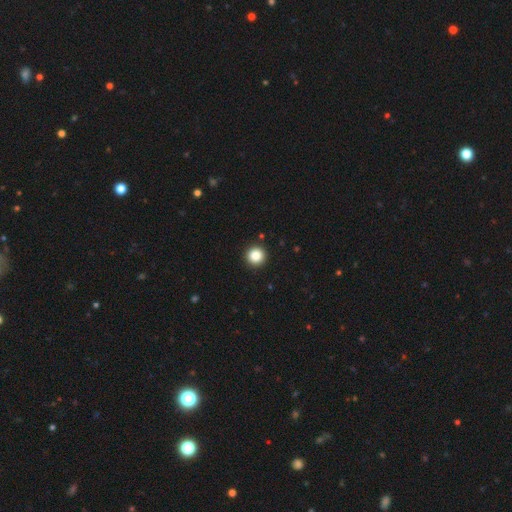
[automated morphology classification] This is clearly a smooth galaxy (86%). How rounded: clearly round (96%). Merging: clearly none (93%).